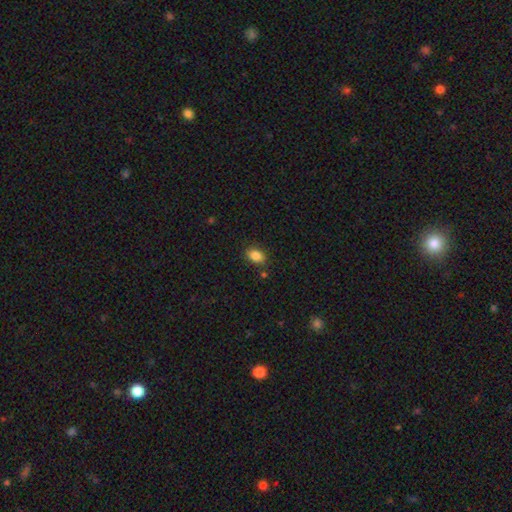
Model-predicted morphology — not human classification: A smooth galaxy with no disk features (86%) that is in between round and cigar-shaped (81%). Merging: none (83%).